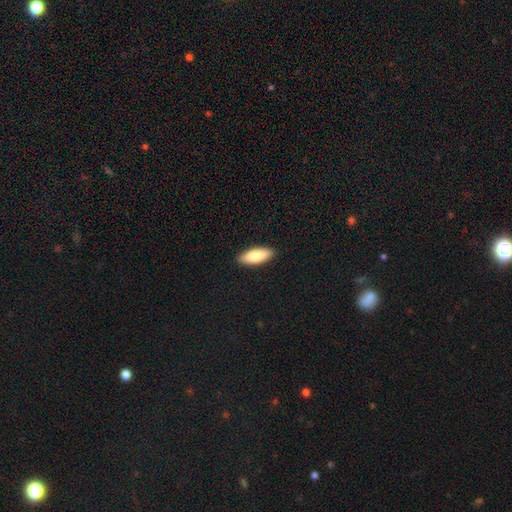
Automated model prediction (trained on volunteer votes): The model was most divided on "how rounded": in between: 69%, cigar-shaped: 29%, round: 2%. More confident: merging — none (90%); smooth or featured — smooth (83%).